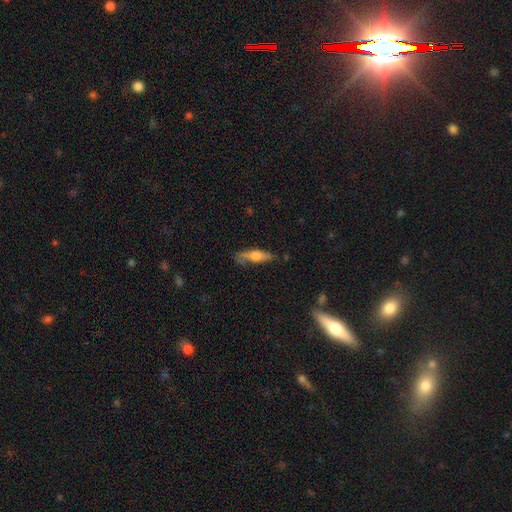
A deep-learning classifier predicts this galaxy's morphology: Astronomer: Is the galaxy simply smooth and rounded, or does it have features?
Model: smooth — 48% (runner-up: featured or disk, 46%).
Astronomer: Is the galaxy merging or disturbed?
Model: none — 65%.